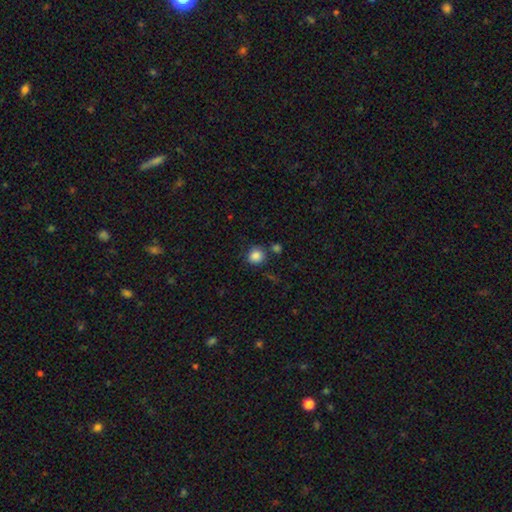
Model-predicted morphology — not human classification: Q: Smooth or featured?
A: smooth (86%); runner-up: star or artifact (10%)
Q: How rounded?
A: round (88%); runner-up: in between (11%)
Q: Merging?
A: none (77%); runner-up: minor disturbance (11%)